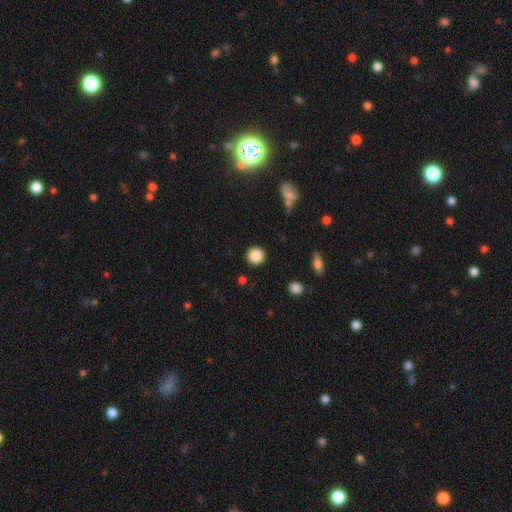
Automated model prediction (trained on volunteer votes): Overall: smooth (87%). How rounded: round (94%). Merging: none (90%).